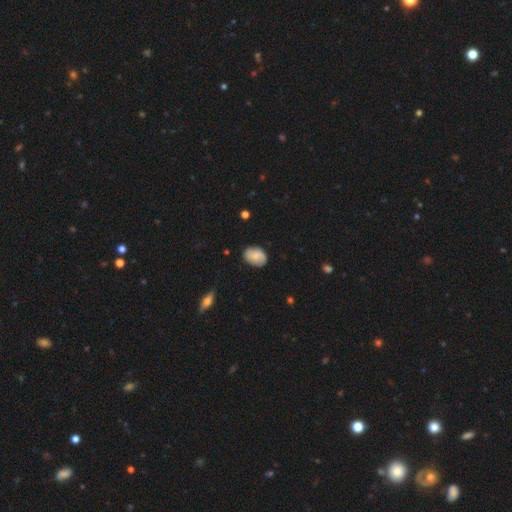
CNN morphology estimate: This appears to be a smooth galaxy with no disk features (63%) that is in between round and cigar-shaped (78%). Merging: none (79%).